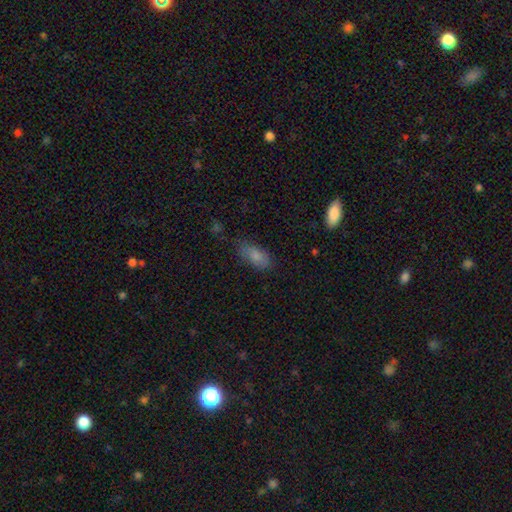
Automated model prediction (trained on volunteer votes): Smooth or featured?
  - smooth: 82% *
  - featured or disk: 10%
  - star or artifact: 8%
How rounded?
  - in between: 87% *
  - cigar-shaped: 10%
  - round: 3%
Merging?
  - none: 66% *
  - minor disturbance: 25%
  - major disturbance: 7%
  - merger: 3%